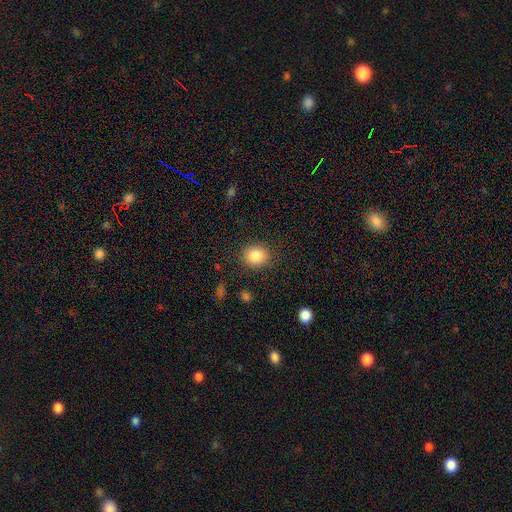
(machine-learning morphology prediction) A smooth galaxy with no disk features (85%) that is round (63%). Merging: none (85%).